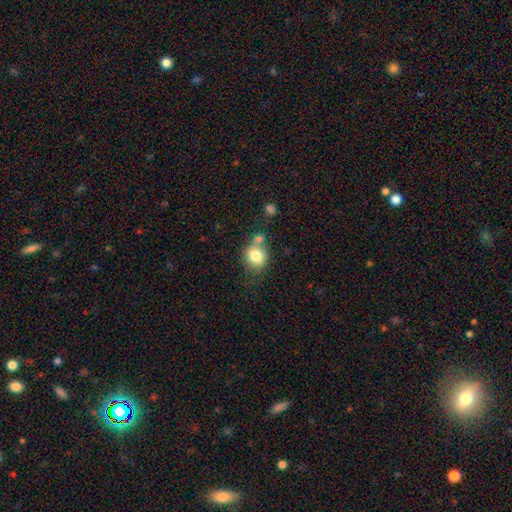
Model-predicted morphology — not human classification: This appears to be a smooth galaxy with no disk features (80%) that is round (77%). Merging: none (58%).